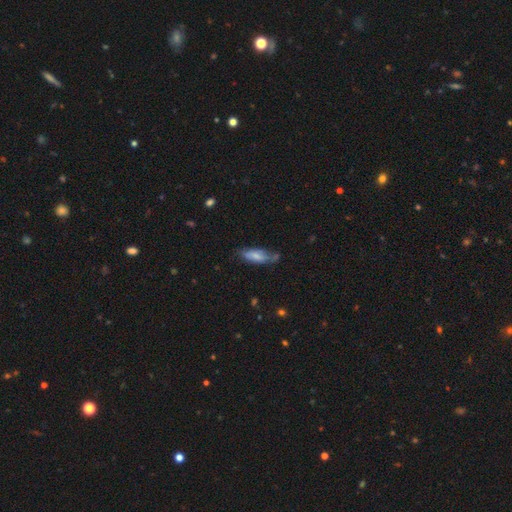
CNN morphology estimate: A smooth galaxy with no disk features (70%) that is in between round and cigar-shaped (64%).

Vote fractions:
- Smooth or featured? smooth: 70% / featured or disk: 23% / star or artifact: 7%
- How rounded? in between: 64% / cigar-shaped: 34% / round: 2%
- Merging? none: 52% / minor disturbance: 32% / major disturbance: 10% / merger: 6%